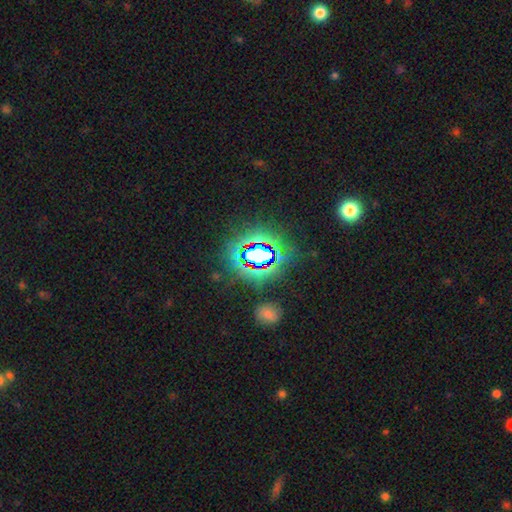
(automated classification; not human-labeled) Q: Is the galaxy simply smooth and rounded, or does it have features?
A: star or artifact — 74%.